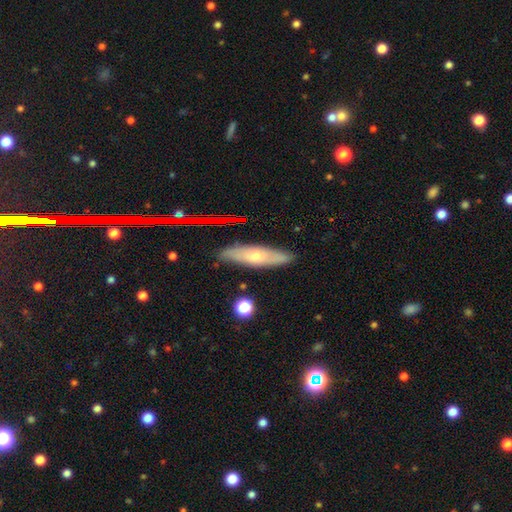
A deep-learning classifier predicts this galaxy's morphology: Smooth or featured: smooth — 46% (featured or disk — 44%)
Merging: none — 86% (minor disturbance — 11%)